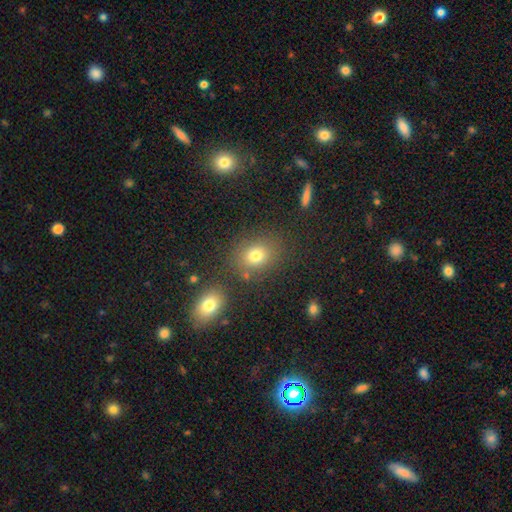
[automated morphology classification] smooth_or_featured: smooth (p=0.76) [alt: star or artifact p=0.15]
how_rounded: round (p=0.52) [alt: in between p=0.47]
merging: none (p=0.76) [alt: minor disturbance p=0.11]